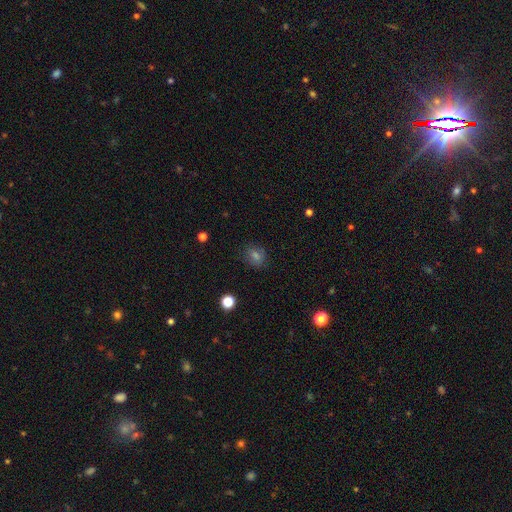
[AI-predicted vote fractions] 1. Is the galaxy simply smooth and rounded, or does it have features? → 65% smooth, 22% star or artifact, 13% featured or disk.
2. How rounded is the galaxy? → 61% round, 37% in between, 2% cigar-shaped.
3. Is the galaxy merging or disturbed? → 83% none, 12% minor disturbance, 4% major disturbance, 1% merger.